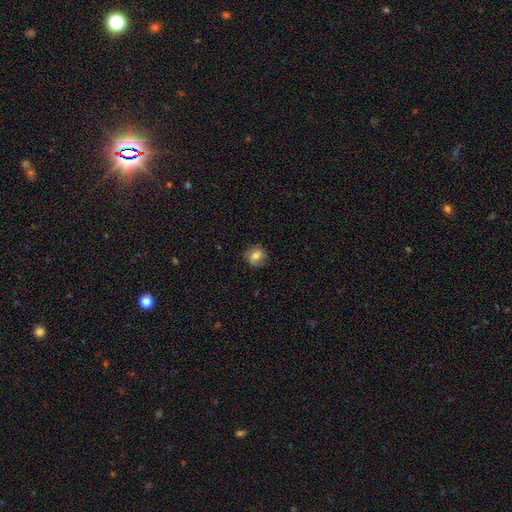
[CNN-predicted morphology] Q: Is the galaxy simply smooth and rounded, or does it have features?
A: smooth — 71%.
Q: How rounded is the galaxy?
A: round — 77%.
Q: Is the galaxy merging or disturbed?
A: none — 80%.